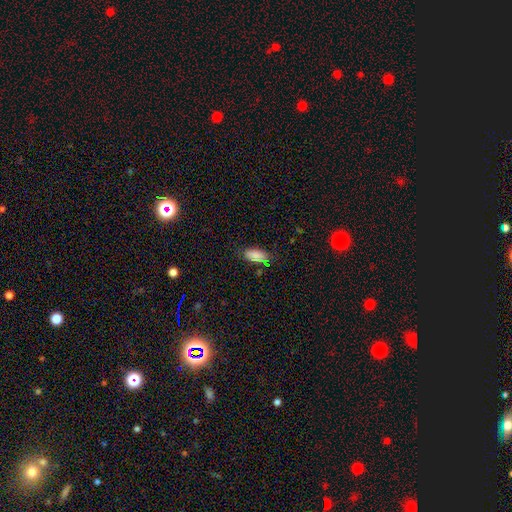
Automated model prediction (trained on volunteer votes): Smooth or featured? Predicted: smooth (p=0.84). How rounded? Predicted: in between (p=0.89). Merging? Predicted: none (p=0.70).